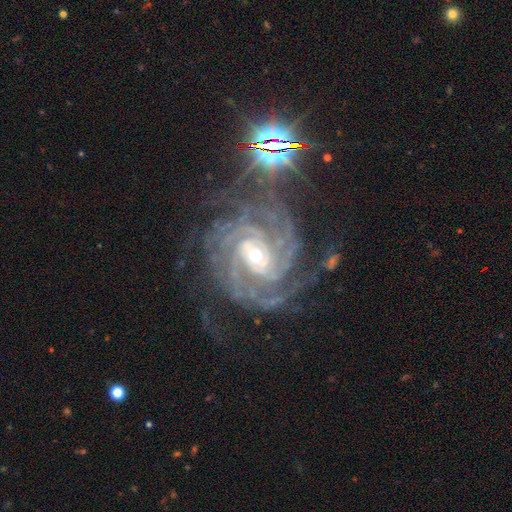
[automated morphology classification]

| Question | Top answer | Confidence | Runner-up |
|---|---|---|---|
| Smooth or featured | featured or disk | 91% | star or artifact (6%) |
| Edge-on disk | no | 97% | yes (3%) |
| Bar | no | 43% | weak (35%) |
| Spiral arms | yes | 98% | no (2%) |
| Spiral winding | tight | 70% | medium (26%) |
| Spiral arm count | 4 | 23% | tied: 3 (23%) |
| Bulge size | moderate | 54% | small (41%) |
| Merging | none | 68% | minor disturbance (17%) |